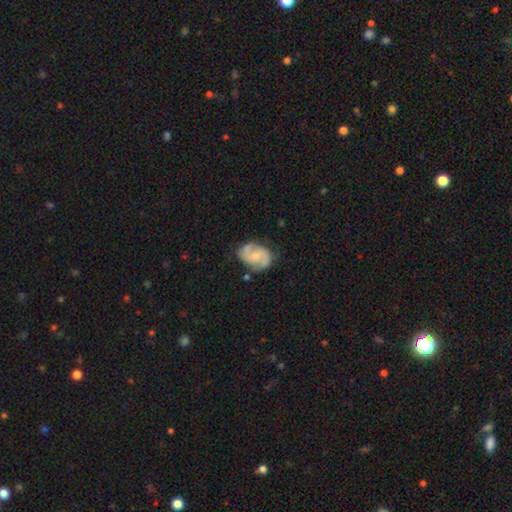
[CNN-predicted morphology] A featured or disk galaxy (79%) with no bar (51%), 2 (89%) medium (53%) spiral arms (95%) and a small central bulge (54%). Merging: none (72%).